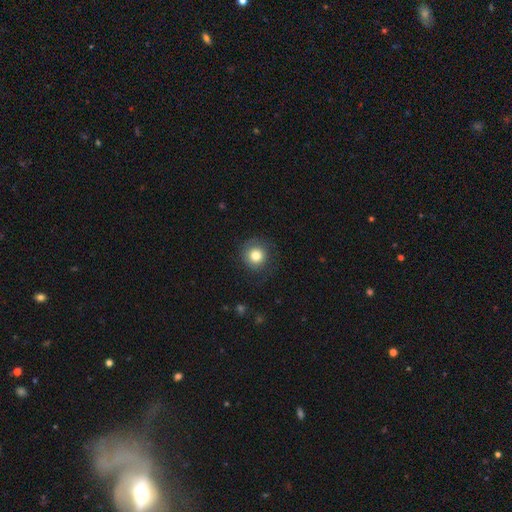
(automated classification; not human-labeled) Morphology: type=smooth (79%); roundness=round (93%); merging=none (79%).